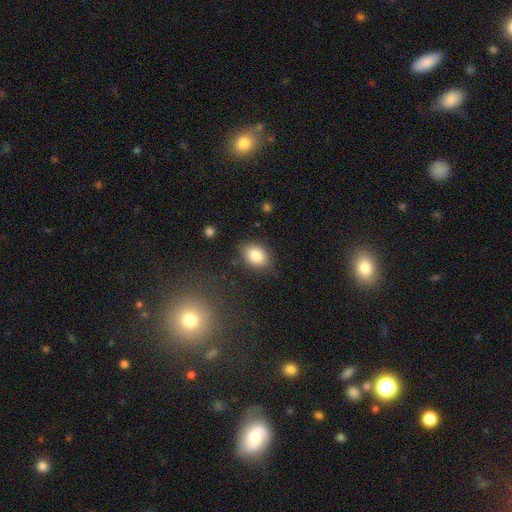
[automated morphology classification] smooth_or_featured: smooth (p=0.84) [alt: star or artifact p=0.09]
how_rounded: in between (p=0.73) [alt: round p=0.26]
merging: none (p=0.81) [alt: minor disturbance p=0.13]